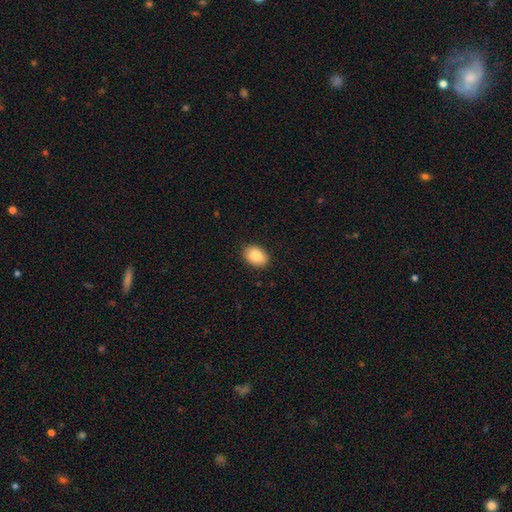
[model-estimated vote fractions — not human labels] A smooth galaxy with no disk features (87%) that is in between round and cigar-shaped (83%).

Vote fractions:
- Smooth or featured? smooth: 87% / star or artifact: 7% / featured or disk: 6%
- How rounded? in between: 83% / round: 16% / cigar-shaped: 1%
- Merging? none: 88% / minor disturbance: 9% / major disturbance: 2% / merger: 1%